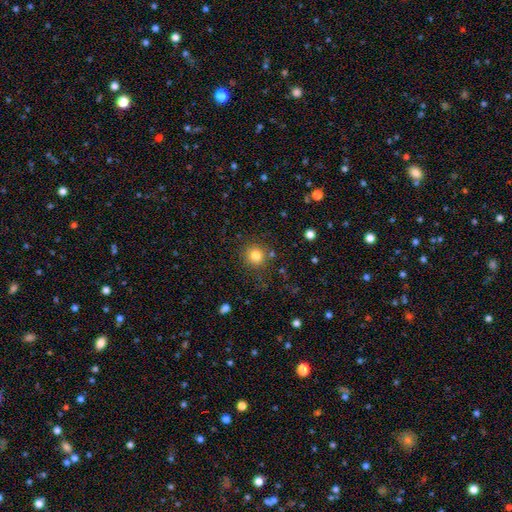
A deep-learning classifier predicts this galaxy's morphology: A smooth galaxy with no disk features (81%) that is round (92%).

Vote fractions:
- Smooth or featured? smooth: 81% / star or artifact: 13% / featured or disk: 6%
- How rounded? round: 92% / in between: 7% / cigar-shaped: 1%
- Merging? none: 84% / minor disturbance: 9% / merger: 4% / major disturbance: 4%